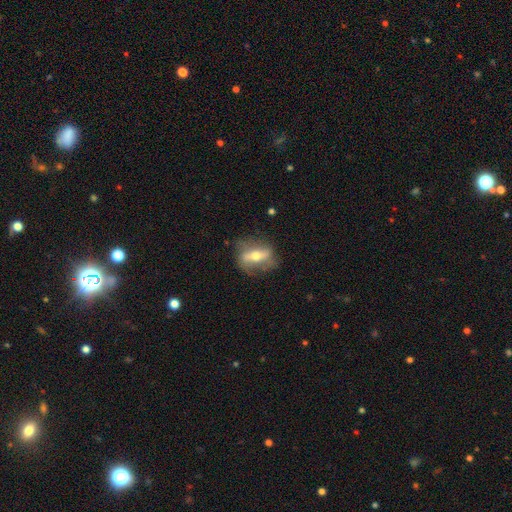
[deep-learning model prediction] Smooth or featured? featured or disk (65%)
Edge-on disk? no (71%)
Merging? none (71%)